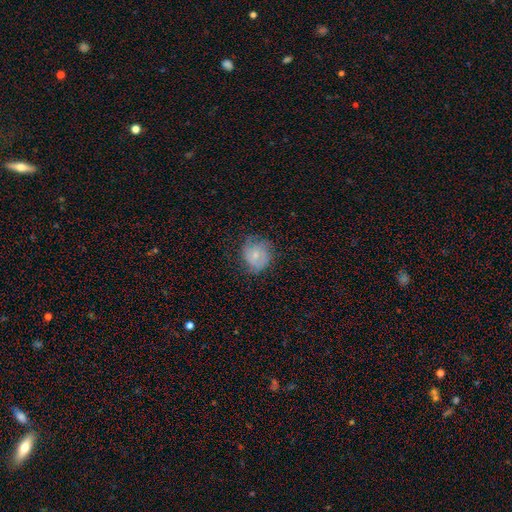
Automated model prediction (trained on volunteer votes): Smooth or featured: smooth — 58% (featured or disk — 34%)
How rounded: round — 83% (in between — 16%)
Merging: none — 65% (minor disturbance — 25%)